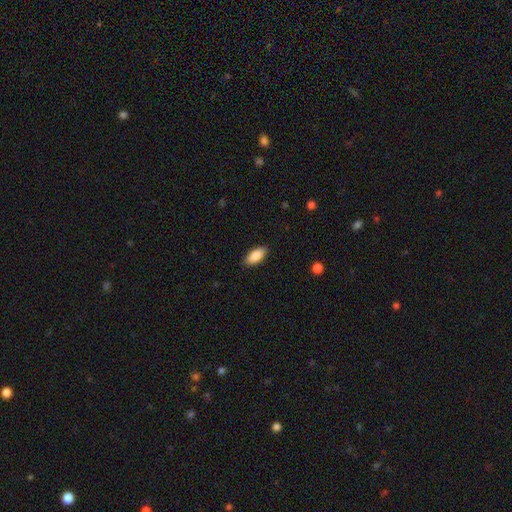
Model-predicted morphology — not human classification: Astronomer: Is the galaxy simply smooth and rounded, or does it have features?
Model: smooth — 87%.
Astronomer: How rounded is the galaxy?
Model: in between — 88%.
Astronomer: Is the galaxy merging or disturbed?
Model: none — 88%.